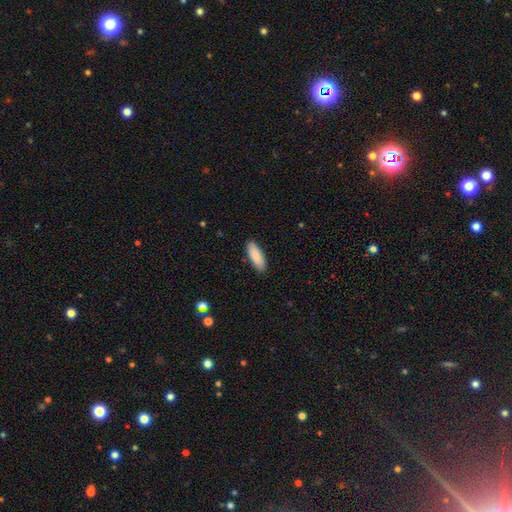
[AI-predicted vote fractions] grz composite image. It shows a smooth galaxy with no disk features (87%) that is in between round and cigar-shaped (65%). Merging: none (89%).